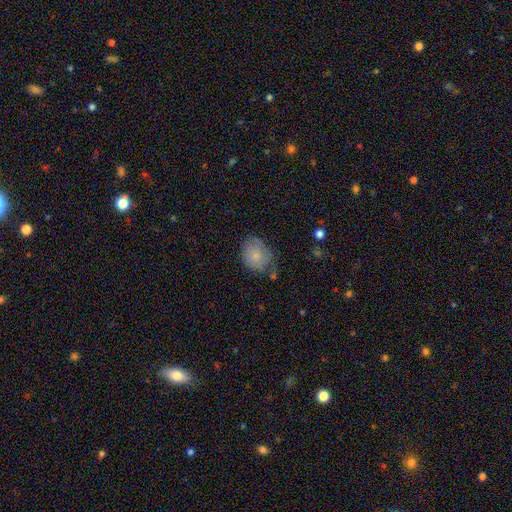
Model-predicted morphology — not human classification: This appears to be a smooth galaxy with no disk features (77%) that is in between round and cigar-shaped (57%). Merging: none (56%).